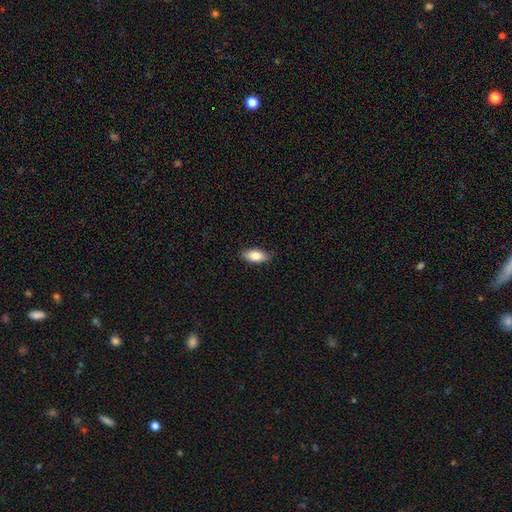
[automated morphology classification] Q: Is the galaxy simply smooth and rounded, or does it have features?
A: smooth — 82%.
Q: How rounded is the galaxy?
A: in between — 90%.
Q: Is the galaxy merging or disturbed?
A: none — 81%.